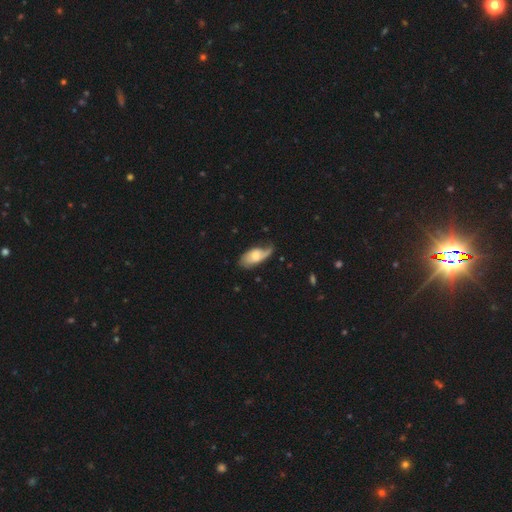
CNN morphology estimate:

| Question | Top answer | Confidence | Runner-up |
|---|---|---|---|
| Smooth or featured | featured or disk | 55% | smooth (39%) |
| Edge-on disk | no | 90% | yes (10%) |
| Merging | none | 47% | minor disturbance (33%) |